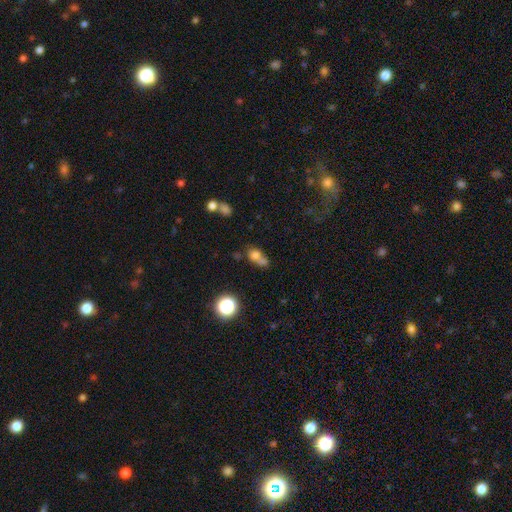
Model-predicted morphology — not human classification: Smooth or featured? smooth (69%)
How rounded? round (55%)
Merging? merger (50%)